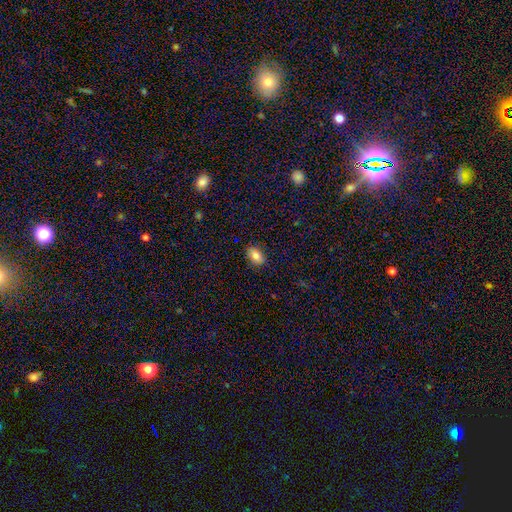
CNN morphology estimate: A smooth galaxy with no disk features (84%) that is in between round and cigar-shaped (88%).

Vote fractions:
- Smooth or featured? smooth: 84% / star or artifact: 8% / featured or disk: 8%
- How rounded? in between: 88% / round: 10% / cigar-shaped: 2%
- Merging? none: 87% / minor disturbance: 10% / major disturbance: 2% / merger: 1%